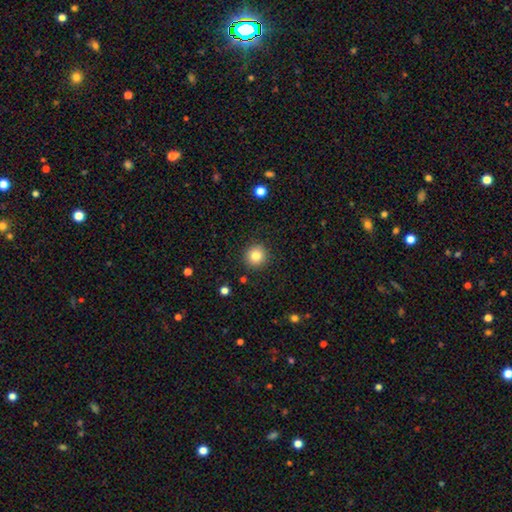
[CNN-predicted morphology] type=smooth (83%); roundness=round (93%); merging=none (90%).